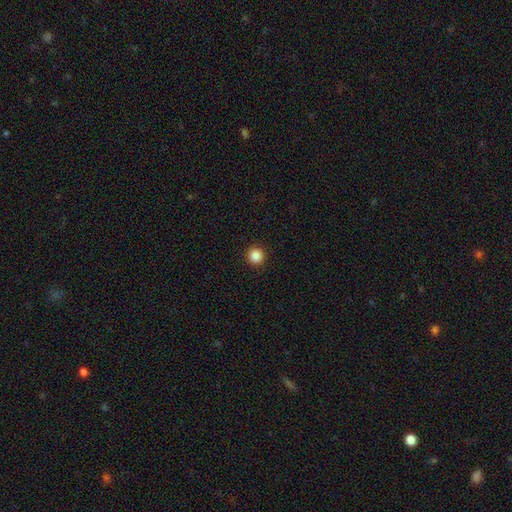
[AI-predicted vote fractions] This is clearly a smooth galaxy (87%). How rounded: clearly round (95%). Merging: clearly none (93%).